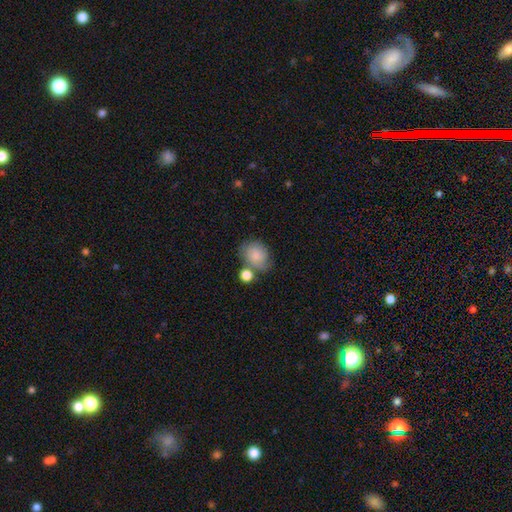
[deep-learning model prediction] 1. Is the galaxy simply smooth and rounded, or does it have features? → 76% smooth, 16% featured or disk, 8% star or artifact.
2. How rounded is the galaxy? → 53% round, 46% in between, 1% cigar-shaped.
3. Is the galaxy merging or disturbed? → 49% none, 22% minor disturbance, 21% merger, 8% major disturbance.